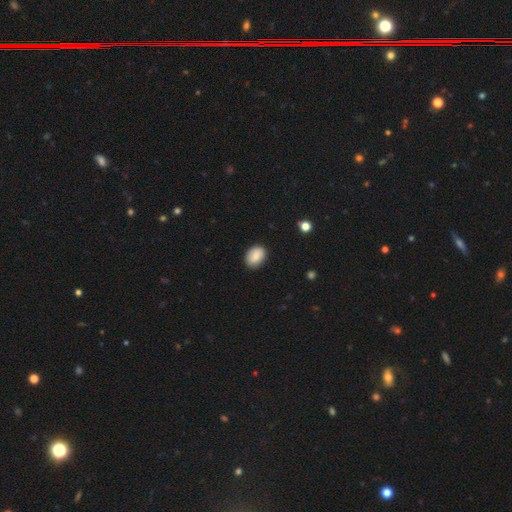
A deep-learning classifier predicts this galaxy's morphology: Smooth or featured: smooth — 83% (featured or disk — 10%)
How rounded: in between — 75% (round — 24%)
Merging: none — 86% (minor disturbance — 11%)